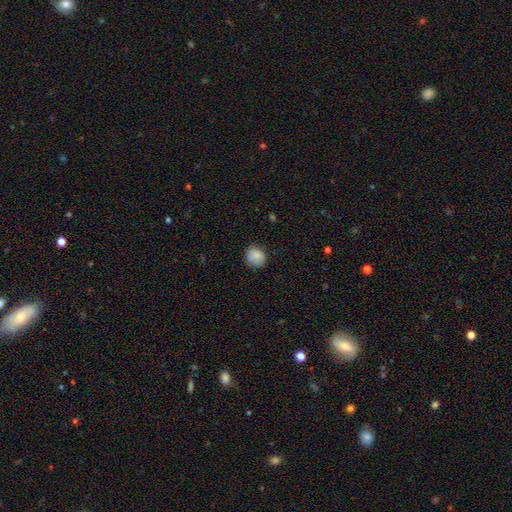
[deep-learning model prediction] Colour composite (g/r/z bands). It shows a smooth galaxy with no disk features (86%) that is round (71%). Merging: none (78%).